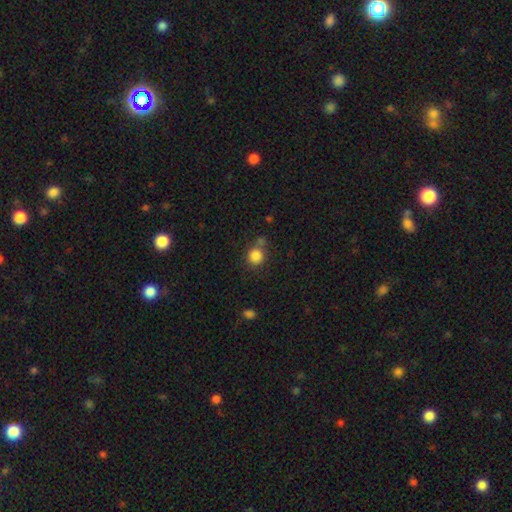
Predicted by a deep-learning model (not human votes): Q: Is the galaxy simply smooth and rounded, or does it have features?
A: smooth — 84%.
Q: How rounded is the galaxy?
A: round — 89%.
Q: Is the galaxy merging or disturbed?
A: none — 66%.